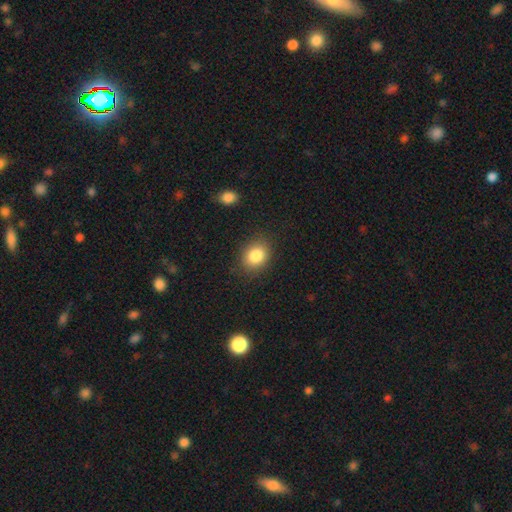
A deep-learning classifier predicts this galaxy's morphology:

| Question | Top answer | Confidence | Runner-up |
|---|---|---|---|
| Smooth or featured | smooth | 84% | star or artifact (10%) |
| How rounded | in between | 50% | round (49%) |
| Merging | none | 84% | minor disturbance (11%) |